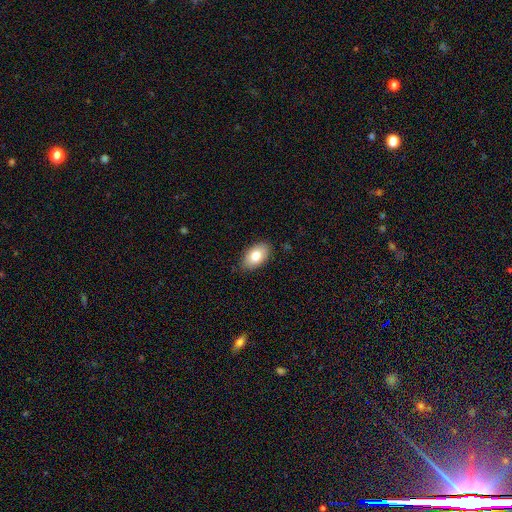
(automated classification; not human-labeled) Morphology: type=smooth (77%); roundness=in between (91%); merging=none (84%).